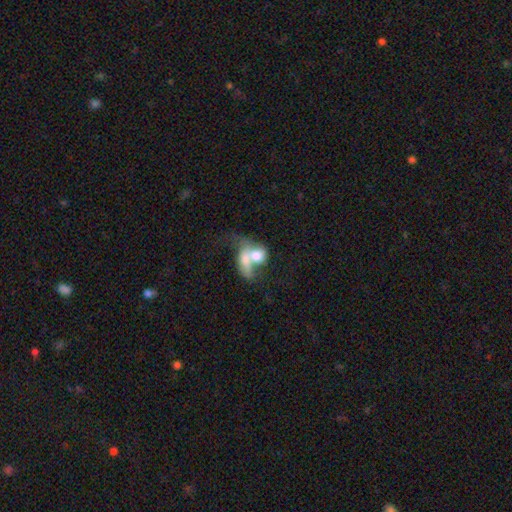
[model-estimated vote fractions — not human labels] Smooth or featured? Predicted: smooth (p=0.61). How rounded? Predicted: in between (p=0.64). Merging? Predicted: merger (p=0.77).